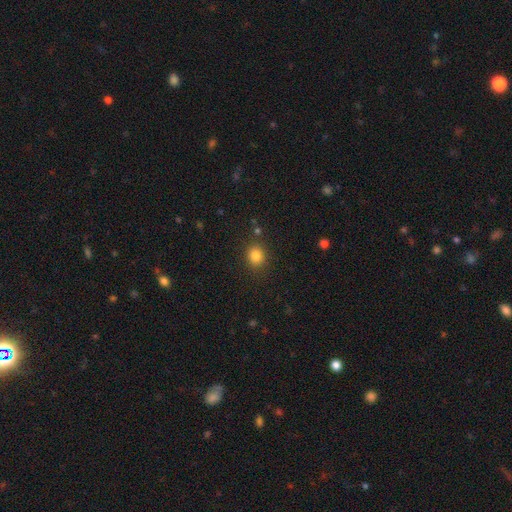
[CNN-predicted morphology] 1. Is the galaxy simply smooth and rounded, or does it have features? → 82% smooth, 13% star or artifact, 5% featured or disk.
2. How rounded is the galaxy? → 75% round, 24% in between, 1% cigar-shaped.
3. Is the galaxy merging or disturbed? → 87% none, 8% minor disturbance, 3% major disturbance, 2% merger.